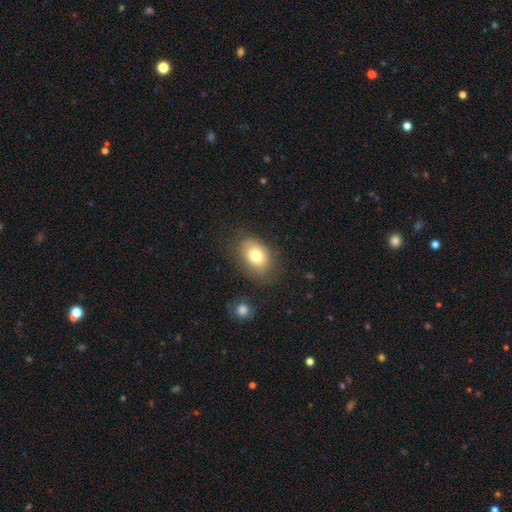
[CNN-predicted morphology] type=smooth (74%); roundness=in between (76%); merging=none (76%).